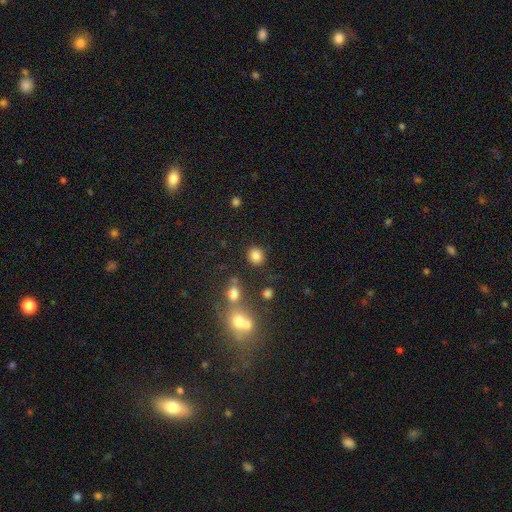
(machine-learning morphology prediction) Q: Smooth or featured?
A: smooth (82%); runner-up: star or artifact (12%)
Q: How rounded?
A: round (82%); runner-up: in between (17%)
Q: Merging?
A: none (84%); runner-up: minor disturbance (8%)